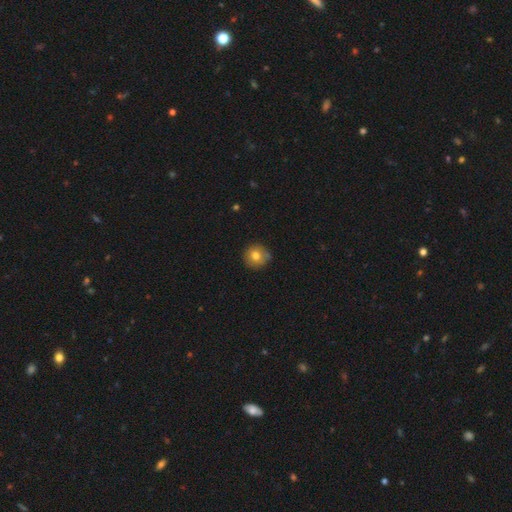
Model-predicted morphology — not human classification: A smooth galaxy with no disk features (76%) that is round (93%).

Vote fractions:
- Smooth or featured? smooth: 76% / featured or disk: 14% / star or artifact: 10%
- How rounded? round: 93% / in between: 6% / cigar-shaped: 1%
- Merging? none: 81% / minor disturbance: 14% / merger: 3% / major disturbance: 3%